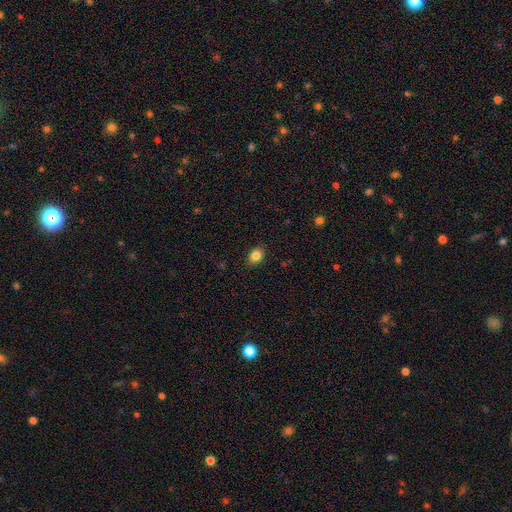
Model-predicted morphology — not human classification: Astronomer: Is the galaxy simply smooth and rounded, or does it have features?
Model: smooth — 85%.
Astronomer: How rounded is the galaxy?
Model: in between — 62% (runner-up: round, 37%).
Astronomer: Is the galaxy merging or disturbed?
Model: none — 89%.